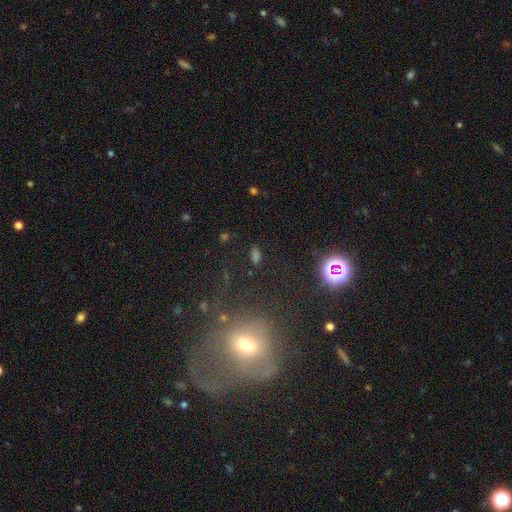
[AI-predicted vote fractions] Morphology: type=smooth (52%); roundness=in between (66%); merging=none (79%).